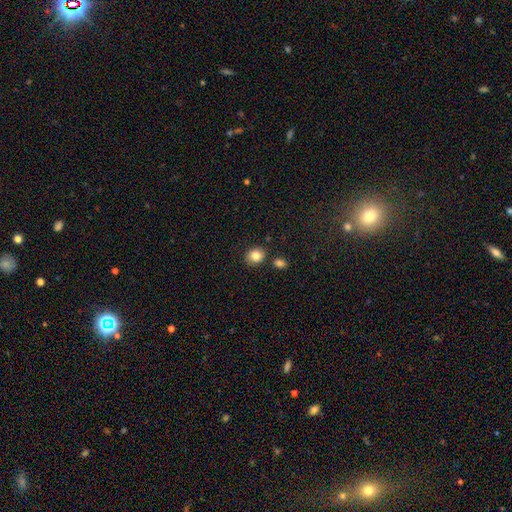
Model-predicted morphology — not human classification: The model was most divided on "how rounded": round: 65%, in between: 34%, cigar-shaped: 1%. More confident: smooth or featured — smooth (84%); merging — none (81%).